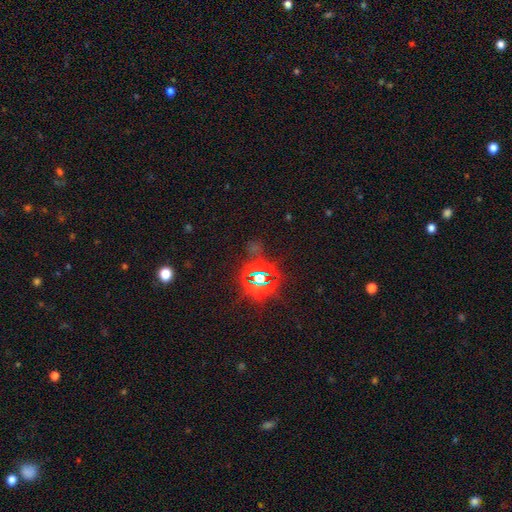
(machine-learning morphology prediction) star or artifact 68%, smooth 24%, featured or disk 7%.